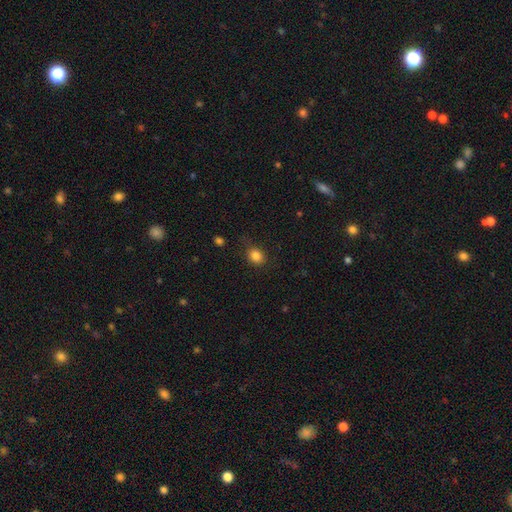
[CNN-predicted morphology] Smooth or featured: smooth — 84% (star or artifact — 11%)
How rounded: round — 58% (in between — 41%)
Merging: none — 79% (minor disturbance — 15%)